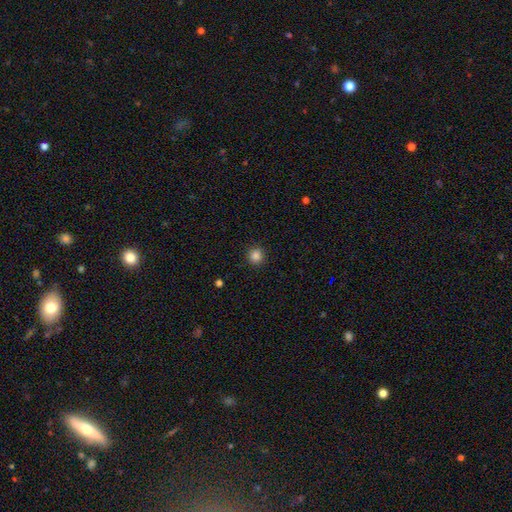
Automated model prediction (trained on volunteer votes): Smooth or featured?
  - smooth: 85% *
  - star or artifact: 12%
  - featured or disk: 3%
How rounded?
  - round: 94% *
  - in between: 5%
  - cigar-shaped: 1%
Merging?
  - none: 92% *
  - minor disturbance: 5%
  - major disturbance: 2%
  - merger: 1%